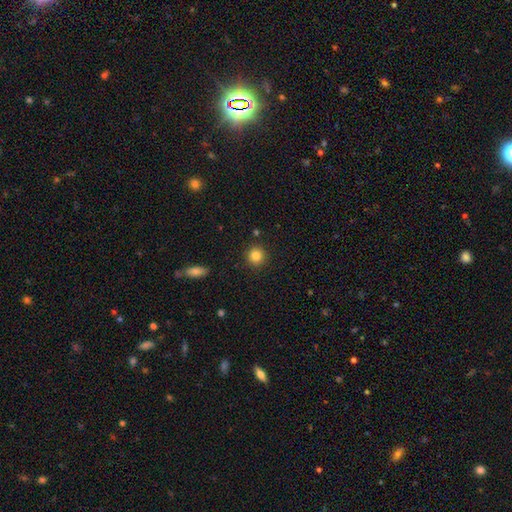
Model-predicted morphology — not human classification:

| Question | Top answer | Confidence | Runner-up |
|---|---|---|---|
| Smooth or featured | smooth | 84% | star or artifact (11%) |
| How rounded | round | 93% | in between (6%) |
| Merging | none | 90% | minor disturbance (6%) |